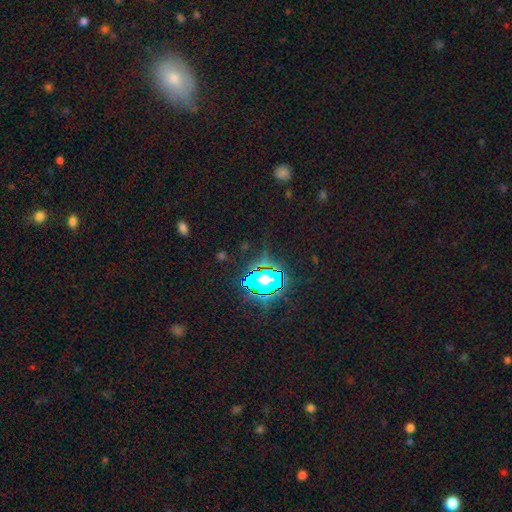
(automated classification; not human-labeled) Smooth or featured?
  - star or artifact: 78% *
  - smooth: 14%
  - featured or disk: 8%